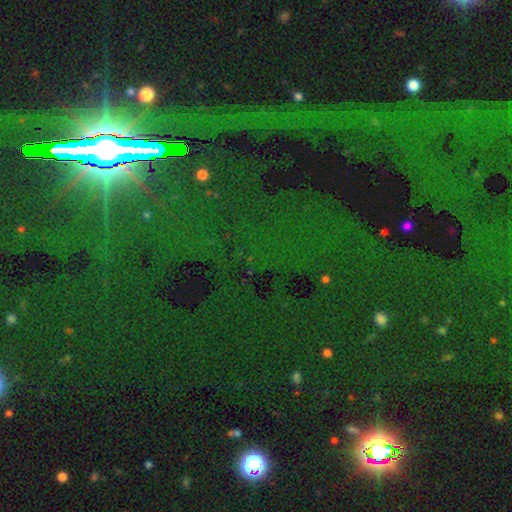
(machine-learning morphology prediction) Smooth or featured? star or artifact (85%)